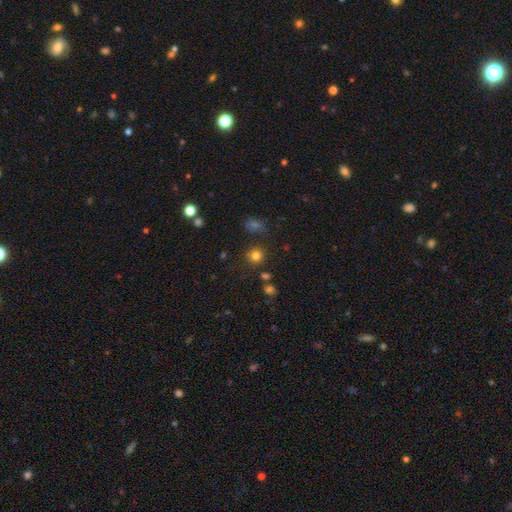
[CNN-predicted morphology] This is likely a smooth galaxy (79%). How rounded: clearly round (91%). Merging: clearly none (84%).